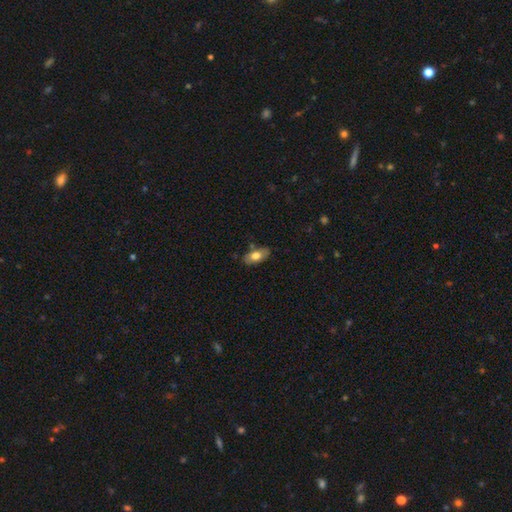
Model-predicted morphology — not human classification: Smooth or featured: smooth — 72% (featured or disk — 22%)
How rounded: in between — 91% (cigar-shaped — 5%)
Merging: none — 78% (minor disturbance — 16%)